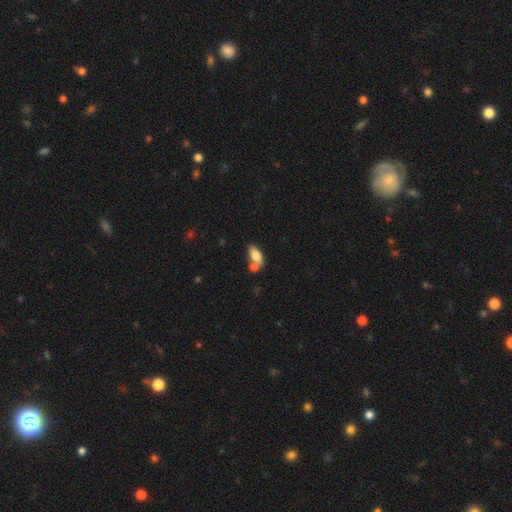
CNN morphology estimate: This appears to be a smooth galaxy with no disk features (73%) that is in between round and cigar-shaped (83%). Merging: none (51%).